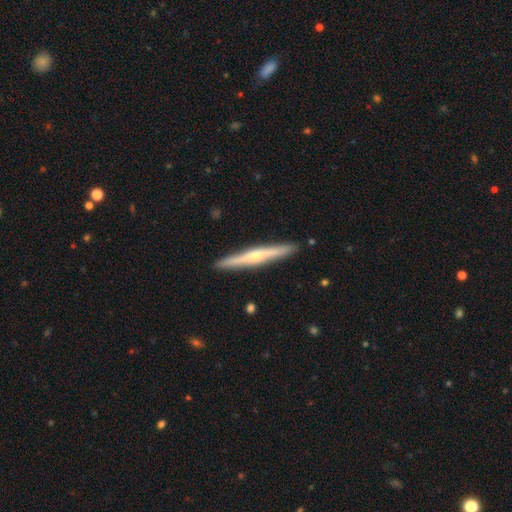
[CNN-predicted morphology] This appears to be a featured or disk galaxy (68%) viewed edge-on (97%) with a rounded central bulge (81%). Merging: none (91%).